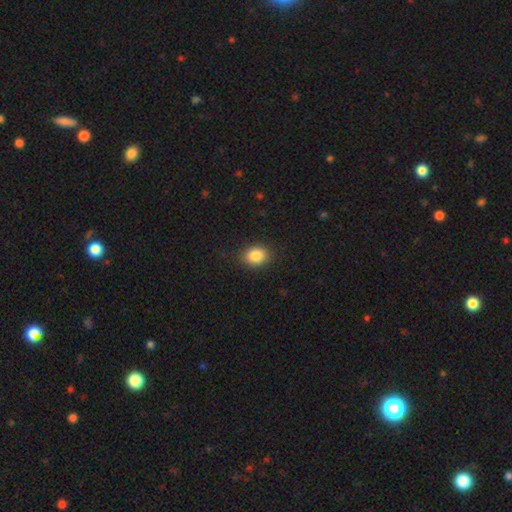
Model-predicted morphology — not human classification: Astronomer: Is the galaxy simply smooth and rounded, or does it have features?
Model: smooth — 86%.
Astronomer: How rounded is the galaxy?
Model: in between — 53% (runner-up: round, 46%).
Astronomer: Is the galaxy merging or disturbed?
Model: none — 87%.